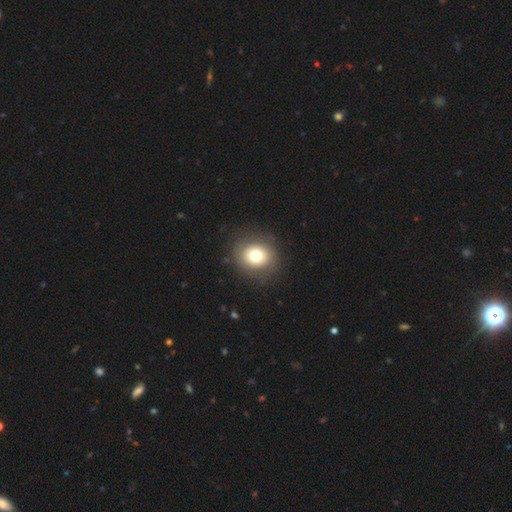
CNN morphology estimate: Q: Smooth or featured?
A: smooth (73%); runner-up: featured or disk (17%)
Q: How rounded?
A: round (77%); runner-up: in between (23%)
Q: Merging?
A: none (86%); runner-up: minor disturbance (9%)